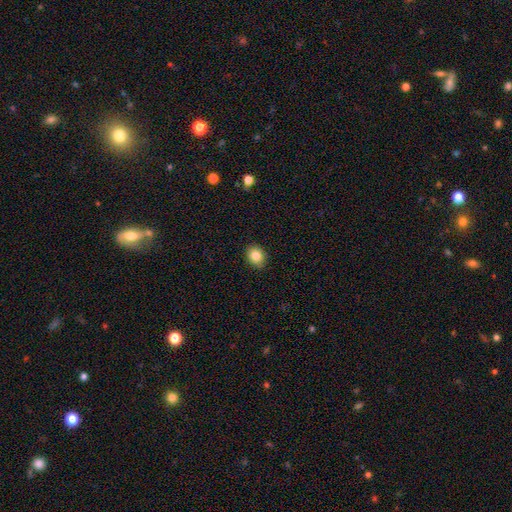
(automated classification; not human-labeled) Overall: smooth (84%). How rounded: round (54%; in between 45%). Merging: none (89%).